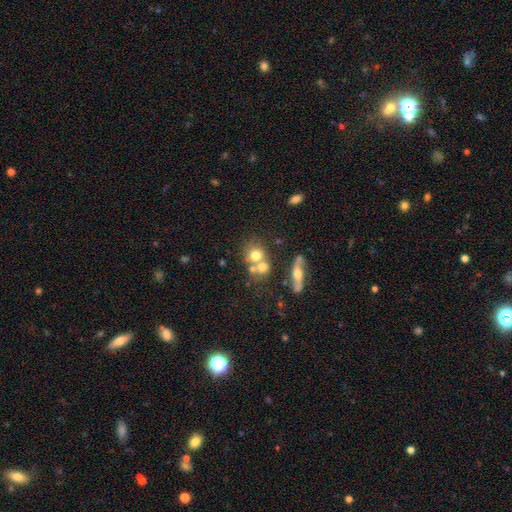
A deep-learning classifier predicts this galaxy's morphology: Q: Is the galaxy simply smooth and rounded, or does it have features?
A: smooth — 66%.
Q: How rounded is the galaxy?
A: round — 74%.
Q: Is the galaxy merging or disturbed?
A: merger — 43%.